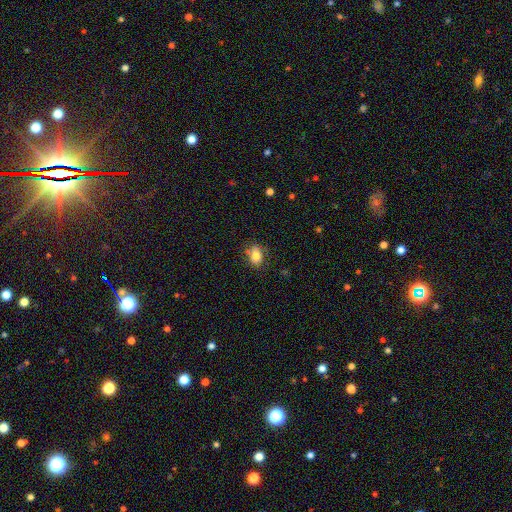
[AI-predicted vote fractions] The model was most divided on "how rounded": in between: 71%, round: 28%, cigar-shaped: 2%. More confident: smooth or featured — smooth (78%); merging — none (68%).